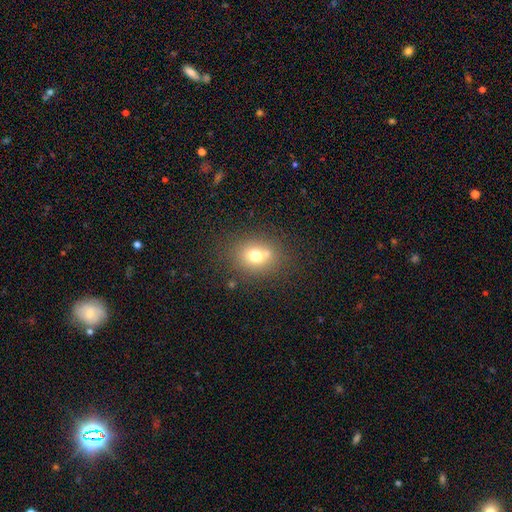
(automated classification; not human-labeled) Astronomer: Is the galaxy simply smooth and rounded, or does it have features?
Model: smooth — 70%.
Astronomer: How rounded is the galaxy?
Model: round — 56% (runner-up: in between, 43%).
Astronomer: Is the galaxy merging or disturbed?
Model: none — 65%.